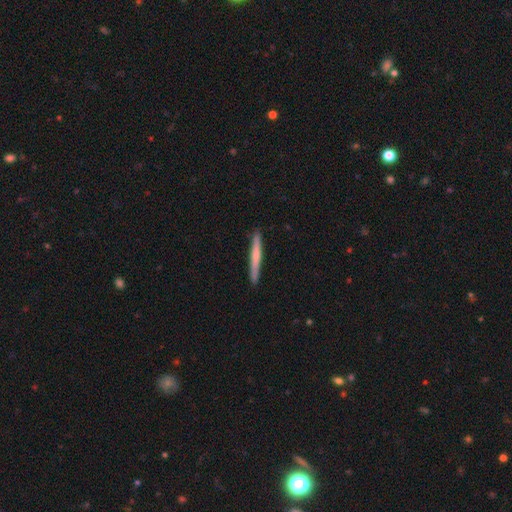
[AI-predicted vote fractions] Smooth or featured: smooth — 55% (featured or disk — 40%)
How rounded: cigar-shaped — 97% (in between — 2%)
Merging: none — 91% (minor disturbance — 7%)